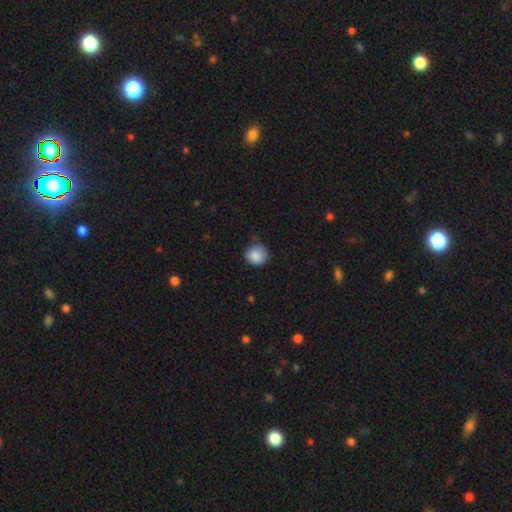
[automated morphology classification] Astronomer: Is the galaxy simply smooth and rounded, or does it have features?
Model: smooth — 88%.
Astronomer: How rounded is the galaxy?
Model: round — 87%.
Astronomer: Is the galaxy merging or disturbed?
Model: none — 75%.